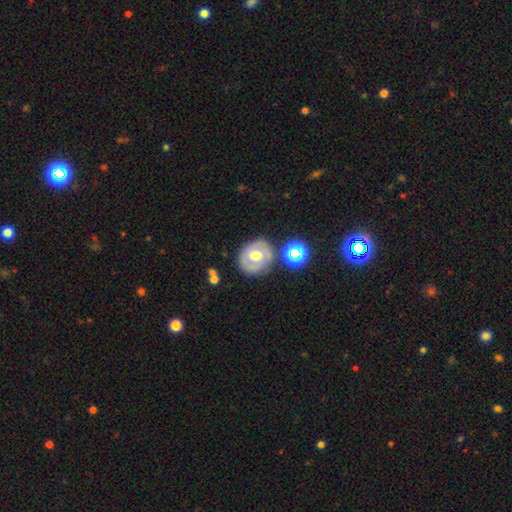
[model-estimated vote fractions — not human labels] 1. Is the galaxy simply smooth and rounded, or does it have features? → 48% featured or disk, 42% smooth, 10% star or artifact.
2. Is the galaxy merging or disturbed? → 70% none, 16% minor disturbance, 8% merger, 6% major disturbance.